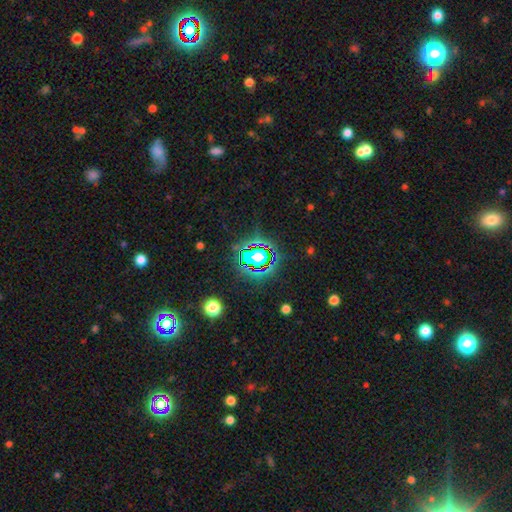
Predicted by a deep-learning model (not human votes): smooth-or-featured: star or artifact: 67% | smooth: 21% | featured or disk: 12%